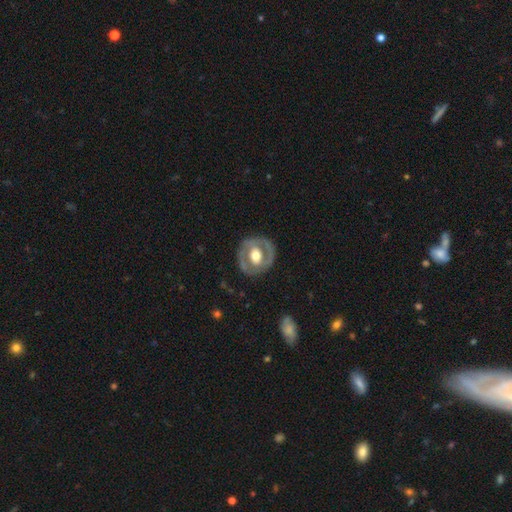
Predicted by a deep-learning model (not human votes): featured or disk 69%, smooth 26%, star or artifact 5%. Down the decision tree: edge-on disk — no (96%); bar — no (57%); spiral arms — no (60%); bulge size — moderate (57%); merging — none (79%).